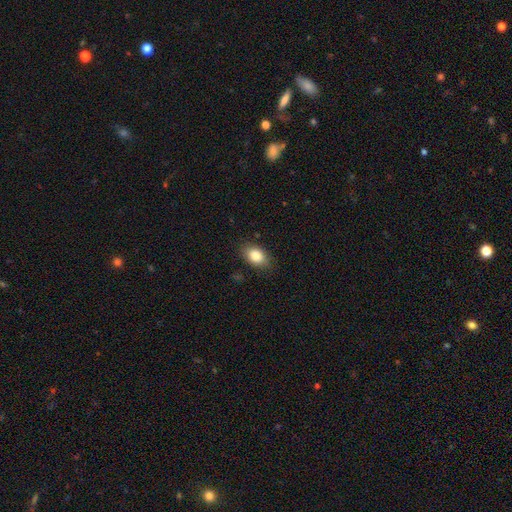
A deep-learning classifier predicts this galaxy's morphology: This is clearly a smooth galaxy (83%). How rounded: clearly in between (85%). Merging: clearly none (85%).